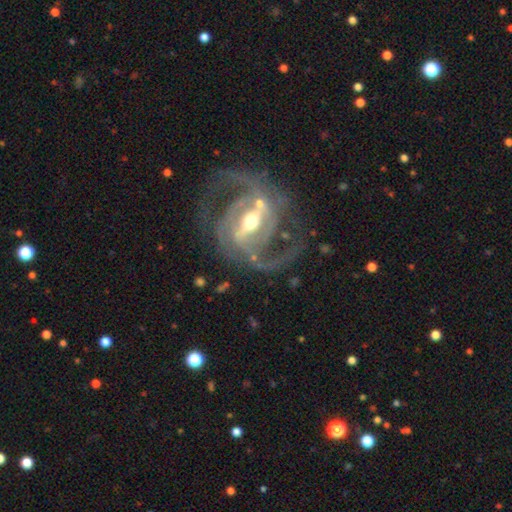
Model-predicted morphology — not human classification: smooth_or_featured: featured or disk (p=0.93) [alt: star or artifact p=0.05]
disk_edge_on: no (p=0.97) [alt: yes p=0.03]
bar: strong (p=0.65) [alt: weak p=0.27]
has_spiral_arms: yes (p=0.98) [alt: no p=0.02]
spiral_winding: medium (p=0.60) [alt: tight p=0.23]
spiral_arm_count: 2 (p=0.82) [alt: 3 p=0.09]
bulge_size: moderate (p=0.63) [alt: small p=0.27]
merging: none (p=0.71) [alt: minor disturbance p=0.14]